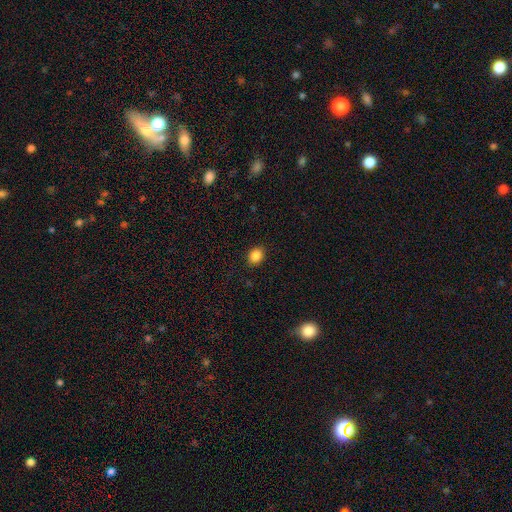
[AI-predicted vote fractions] Smooth or featured? Predicted: smooth (p=0.86). How rounded? Predicted: in between (p=0.50). Merging? Predicted: none (p=0.90).